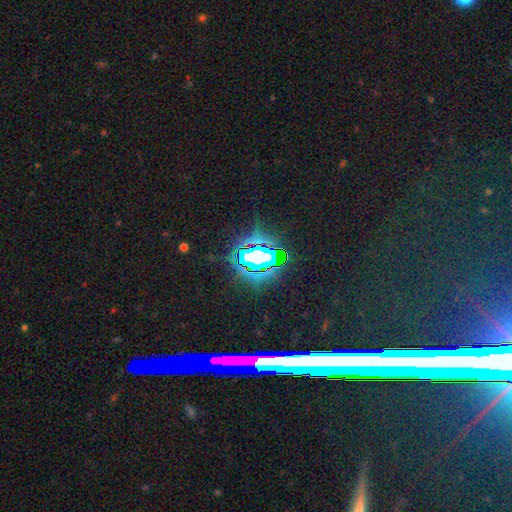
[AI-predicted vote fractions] The model was most divided on "smooth or featured": star or artifact: 76%, smooth: 13%, featured or disk: 11%.